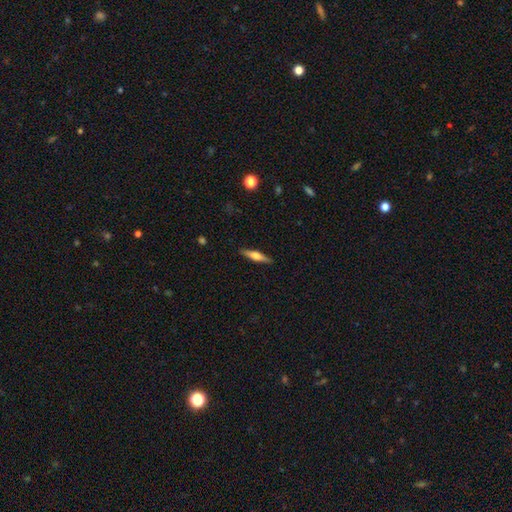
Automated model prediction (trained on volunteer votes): Smooth or featured? Predicted: featured or disk (p=0.53). Edge-on disk? Predicted: yes (p=0.96). Edge-on bulge? Predicted: rounded (p=0.87). Merging? Predicted: none (p=0.90).